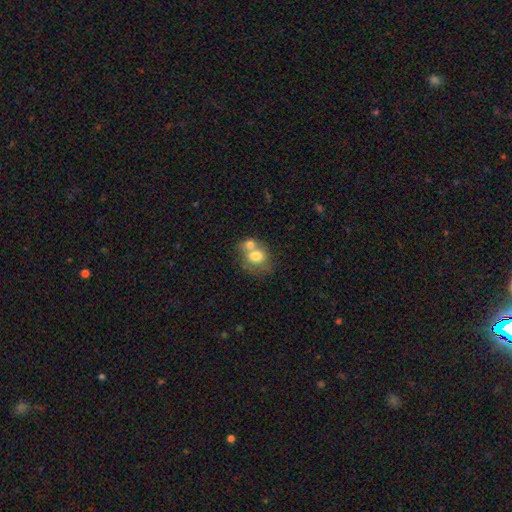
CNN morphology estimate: Overall: smooth (72%). How rounded: round (50%; in between 49%). Merging: merger (57%; none 27%).